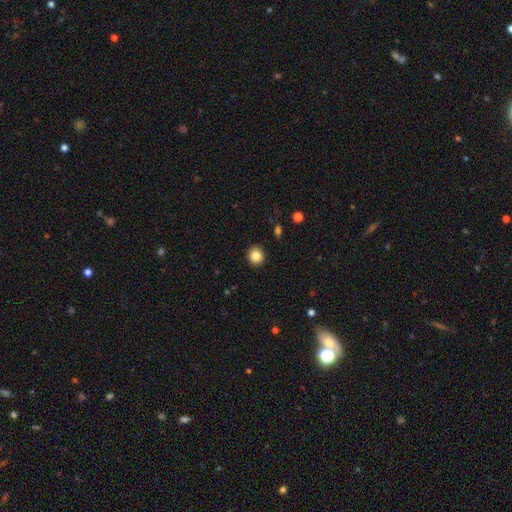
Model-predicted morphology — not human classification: Smooth or featured?
  - smooth: 85% *
  - star or artifact: 10%
  - featured or disk: 5%
How rounded?
  - round: 90% *
  - in between: 9%
  - cigar-shaped: 1%
Merging?
  - none: 92% *
  - minor disturbance: 5%
  - major disturbance: 2%
  - merger: 1%